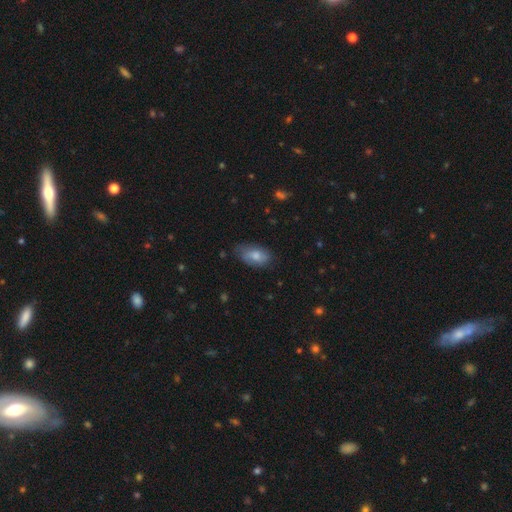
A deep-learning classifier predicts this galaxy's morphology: smooth 74%, featured or disk 19%, star or artifact 7%. Down the decision tree: how rounded — in between (92%); merging — none (64%).